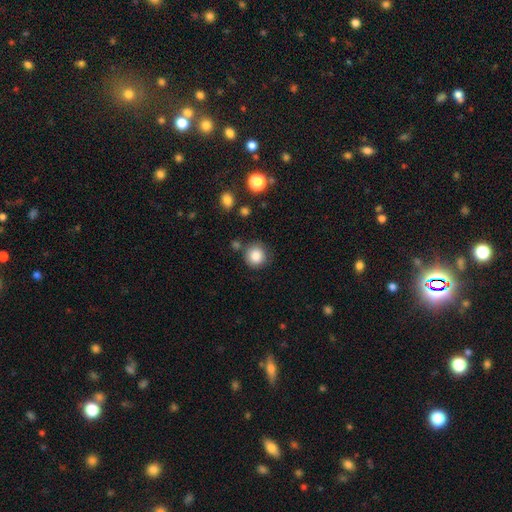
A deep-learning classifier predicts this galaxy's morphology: A smooth galaxy with no disk features (86%) that is round (92%). Merging: none (77%).